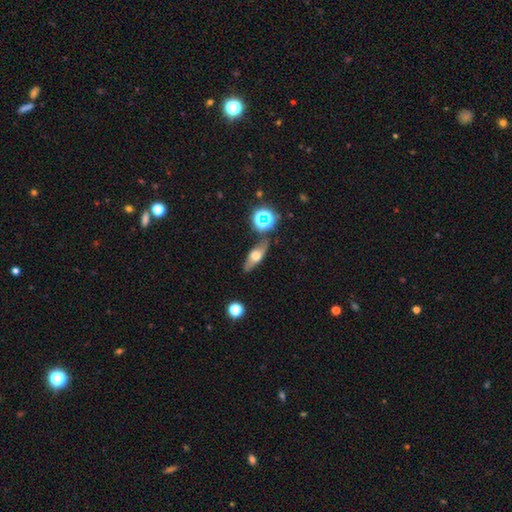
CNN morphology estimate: smooth-or-featured: featured or disk: 48% | smooth: 42% | star or artifact: 10%
  merging: none: 79% | minor disturbance: 13% | merger: 5% | major disturbance: 4%